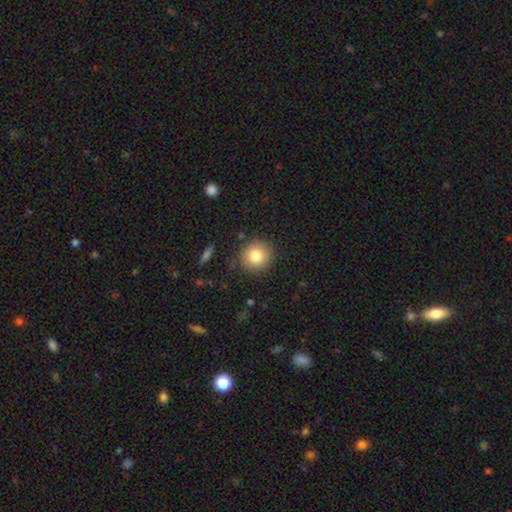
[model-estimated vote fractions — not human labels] The model was most divided on "smooth or featured": smooth: 81%, star or artifact: 10%, featured or disk: 9%. More confident: how rounded — round (90%); merging — none (87%).